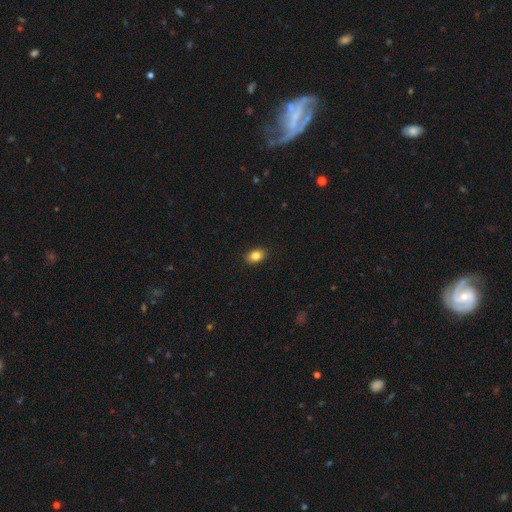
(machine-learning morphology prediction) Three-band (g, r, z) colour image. It shows a smooth galaxy with no disk features (84%) that is in between round and cigar-shaped (80%). Merging: none (90%).